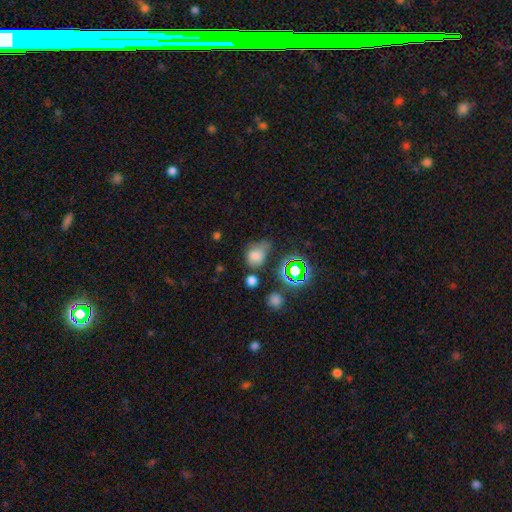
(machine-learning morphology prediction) type=smooth (65%); roundness=in between (58%); merging=none (41%).